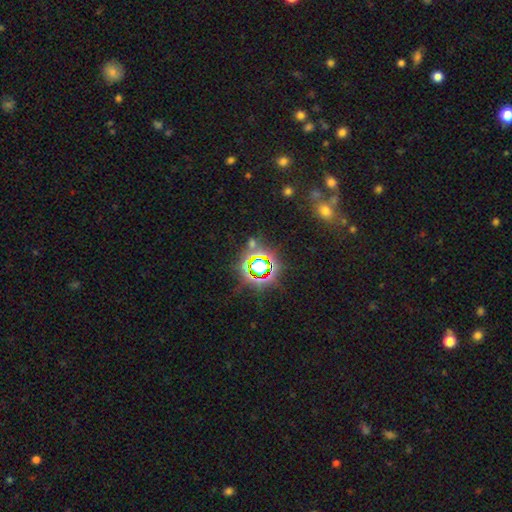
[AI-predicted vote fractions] Overall: star or artifact (74%).